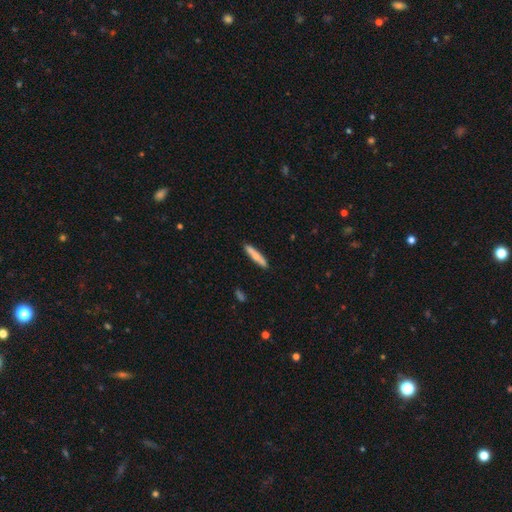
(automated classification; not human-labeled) Smooth or featured? Predicted: smooth (p=0.65). How rounded? Predicted: cigar-shaped (p=0.90). Merging? Predicted: none (p=0.85).